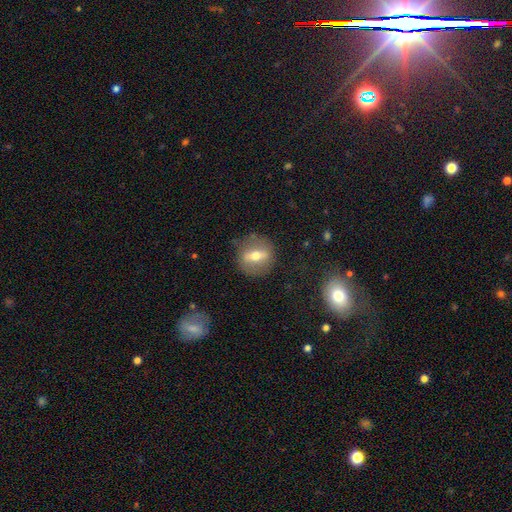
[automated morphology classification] The model was most divided on "smooth or featured": featured or disk: 54%, smooth: 37%, star or artifact: 9%. More confident: merging — none (83%); edge-on disk — no (66%).